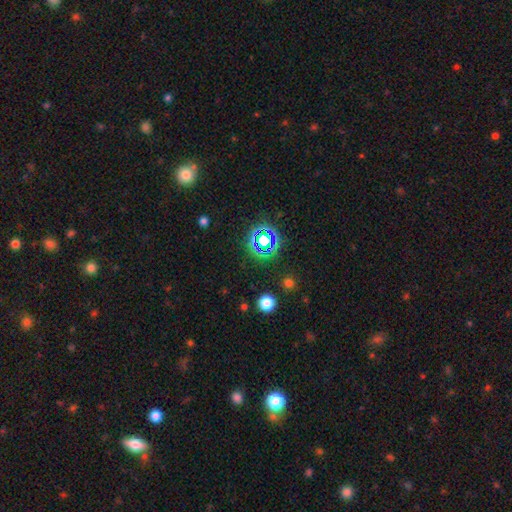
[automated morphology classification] Overall: star or artifact (63%; smooth 29%).